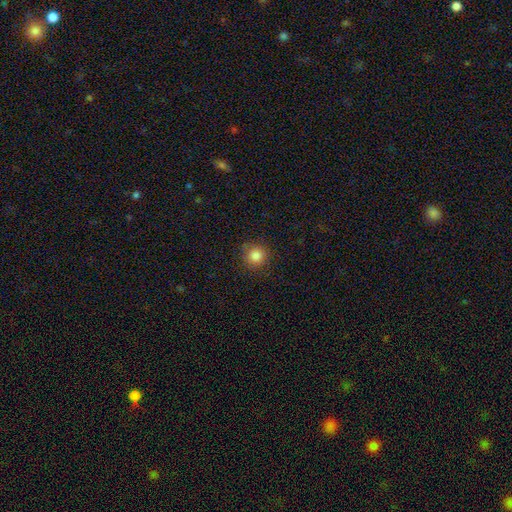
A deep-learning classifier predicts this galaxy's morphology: The model was most divided on "smooth or featured": smooth: 84%, star or artifact: 11%, featured or disk: 5%. More confident: how rounded — round (94%); merging — none (88%).